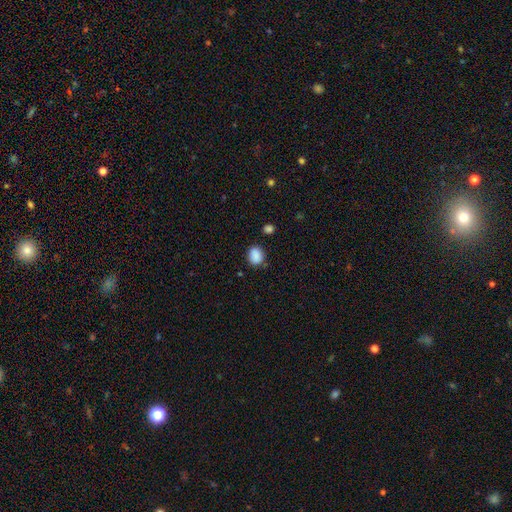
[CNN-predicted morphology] Smooth or featured? smooth (87%)
How rounded? in between (55%)
Merging? none (77%)